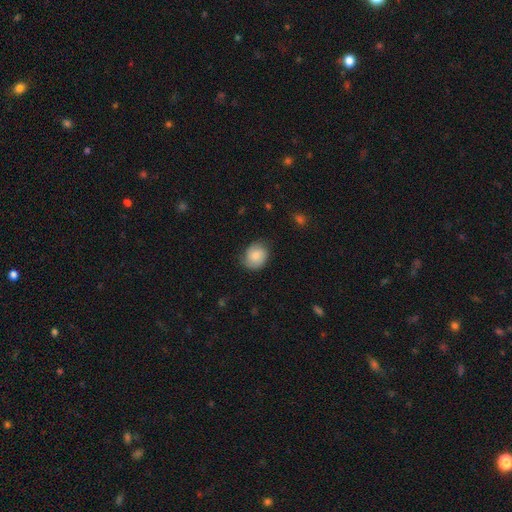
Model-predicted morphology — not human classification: smooth 71%, featured or disk 22%, star or artifact 8%. Down the decision tree: how rounded — round (62%); merging — none (73%).